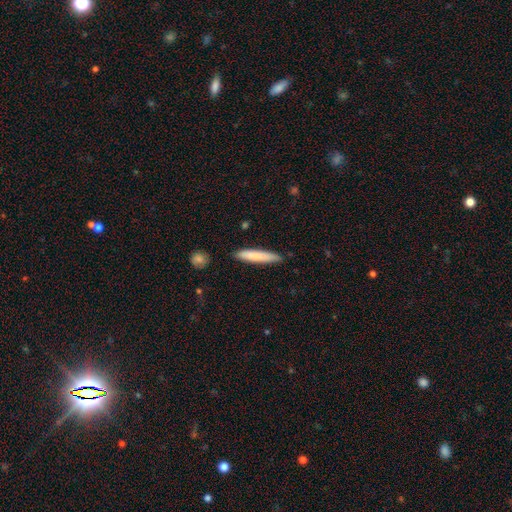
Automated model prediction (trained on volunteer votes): This appears to be a smooth galaxy with no disk features (78%) that is cigar-shaped (91%). Merging: none (87%).